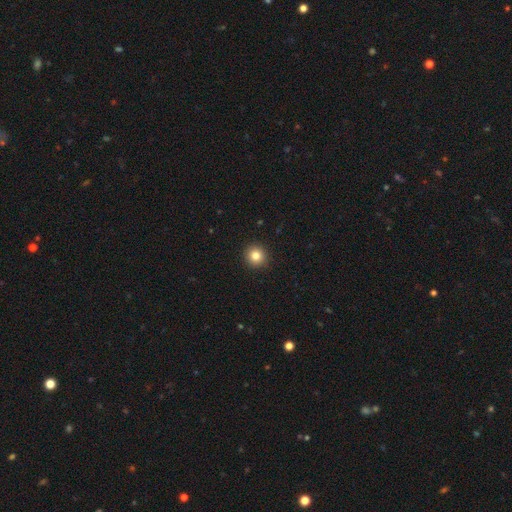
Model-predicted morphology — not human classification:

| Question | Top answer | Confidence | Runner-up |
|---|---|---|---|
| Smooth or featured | smooth | 82% | star or artifact (11%) |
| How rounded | round | 94% | in between (5%) |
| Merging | none | 93% | minor disturbance (4%) |